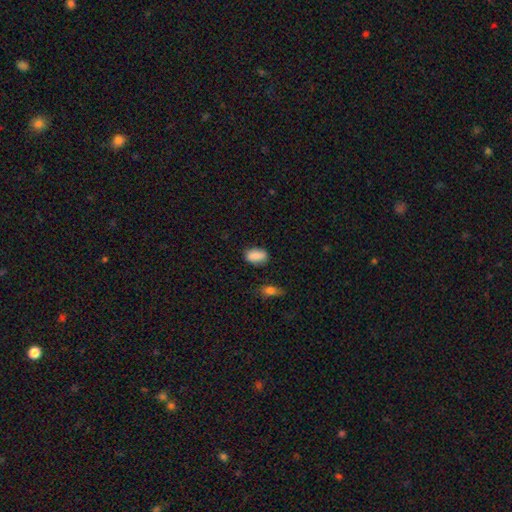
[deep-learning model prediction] Smooth or featured? smooth (87%)
How rounded? in between (91%)
Merging? none (81%)